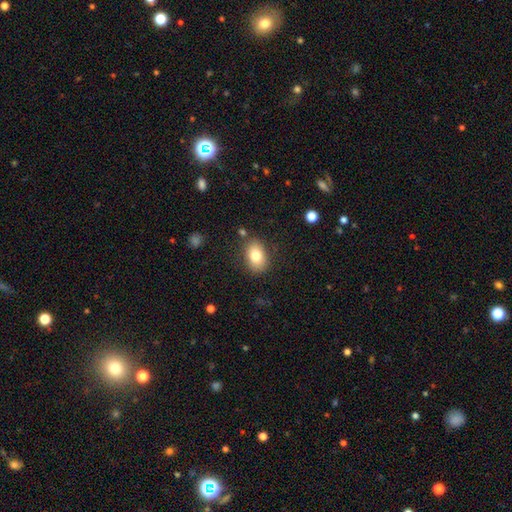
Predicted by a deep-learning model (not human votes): The model was most divided on "how rounded": in between: 83%, round: 16%, cigar-shaped: 1%. More confident: merging — none (82%); smooth or featured — smooth (80%).